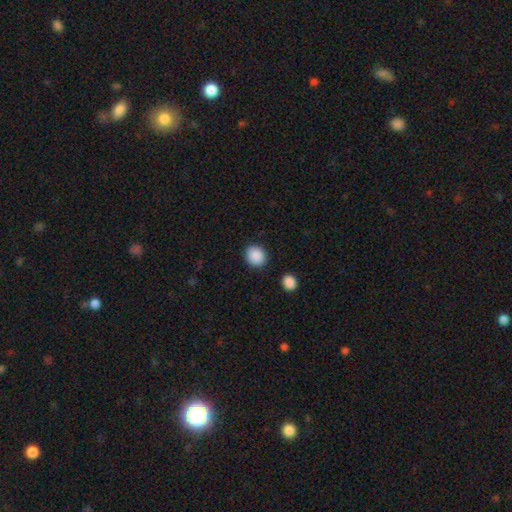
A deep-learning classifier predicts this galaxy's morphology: Smooth or featured?
  - smooth: 90% *
  - star or artifact: 8%
  - featured or disk: 3%
How rounded?
  - round: 72% *
  - in between: 27%
  - cigar-shaped: 1%
Merging?
  - none: 88% *
  - minor disturbance: 7%
  - major disturbance: 2%
  - merger: 2%